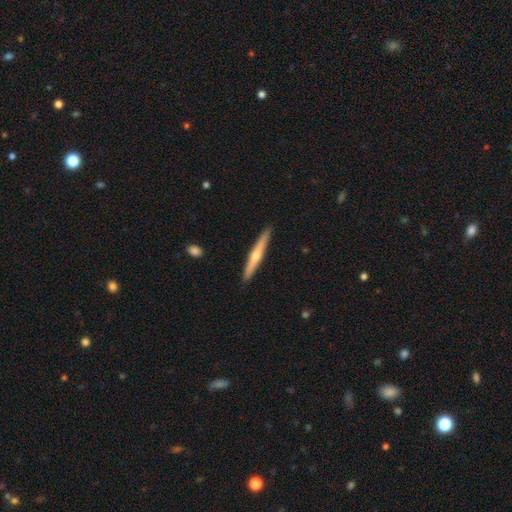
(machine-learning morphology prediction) This is likely a featured or disk galaxy (61%). It is clearly viewed edge-on (97%). Edge-on bulge: likely rounded (80%). Merging: clearly none (91%).